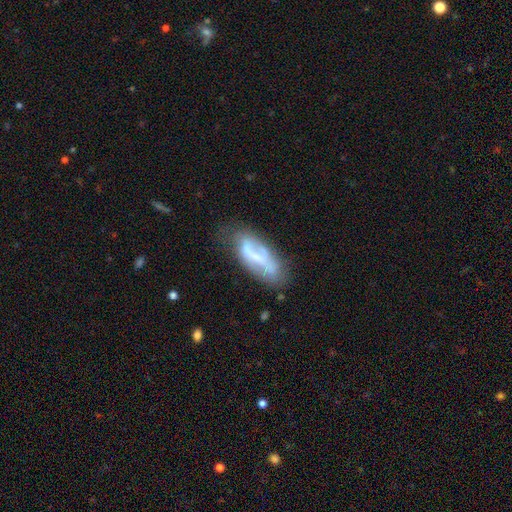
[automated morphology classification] A featured or disk galaxy (57%). Merging: none (52%).